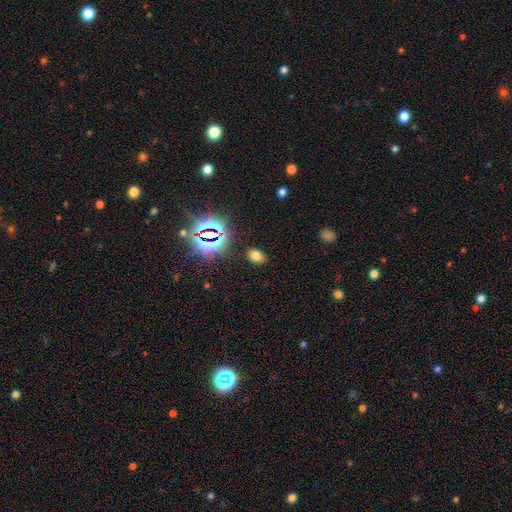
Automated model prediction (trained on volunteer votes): Smooth or featured?
  - smooth: 67% *
  - star or artifact: 26%
  - featured or disk: 8%
How rounded?
  - in between: 70% *
  - round: 28%
  - cigar-shaped: 1%
Merging?
  - none: 85% *
  - minor disturbance: 10%
  - major disturbance: 3%
  - merger: 2%